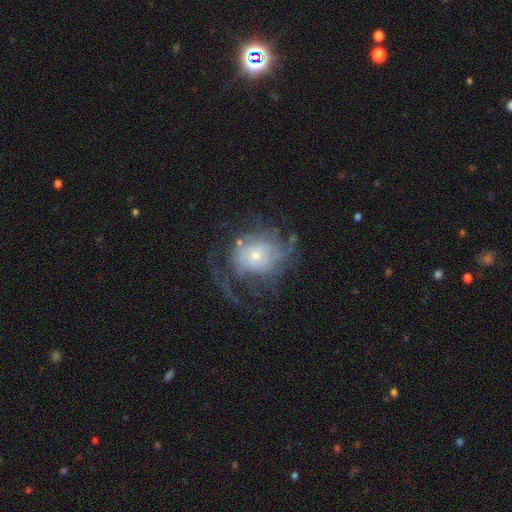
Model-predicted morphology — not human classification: smooth-or-featured: featured or disk: 72% | smooth: 19% | star or artifact: 9%
  disk-edge-on: no: 97% | yes: 3%
    bar: no: 79% | weak: 18% | strong: 4%
    has-spiral-arms: yes: 80% | no: 20%
      spiral-winding: tight: 38% | medium: 34% | loose: 27%
      spiral-arm-count: can't tell: 42% | 2: 21% | 3: 13% | 4: 9% | 1: 9% | more than 4: 7%
    bulge-size: small: 68% | moderate: 23% | large: 5% | none: 2% | dominant: 2%
  merging: none: 47% | major disturbance: 33% | minor disturbance: 17% | merger: 3%